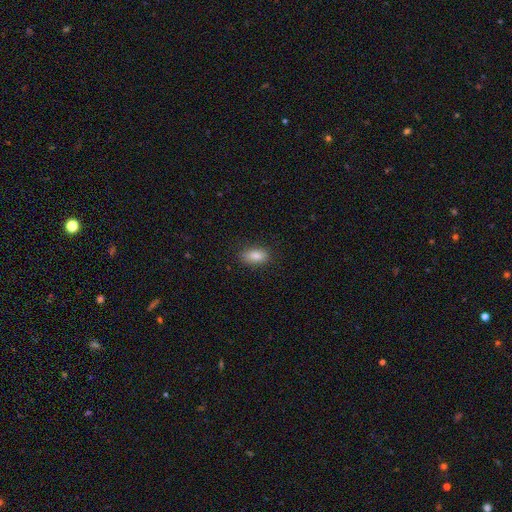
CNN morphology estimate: Q: Smooth or featured?
A: smooth (85%); runner-up: star or artifact (8%)
Q: How rounded?
A: in between (89%); runner-up: round (6%)
Q: Merging?
A: none (84%); runner-up: minor disturbance (12%)